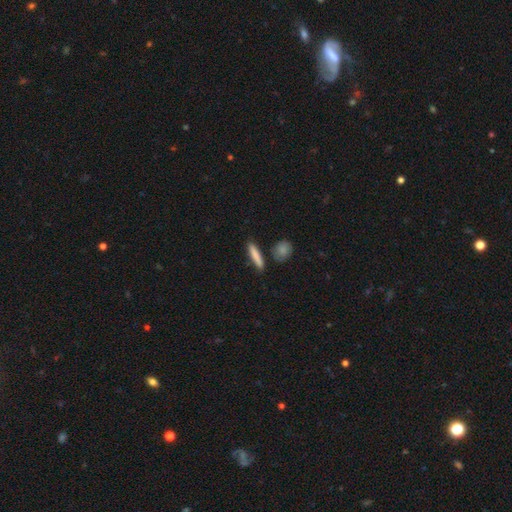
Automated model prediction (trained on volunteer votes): Smooth or featured: smooth — 82% (featured or disk — 12%)
How rounded: cigar-shaped — 85% (in between — 12%)
Merging: none — 84% (minor disturbance — 10%)